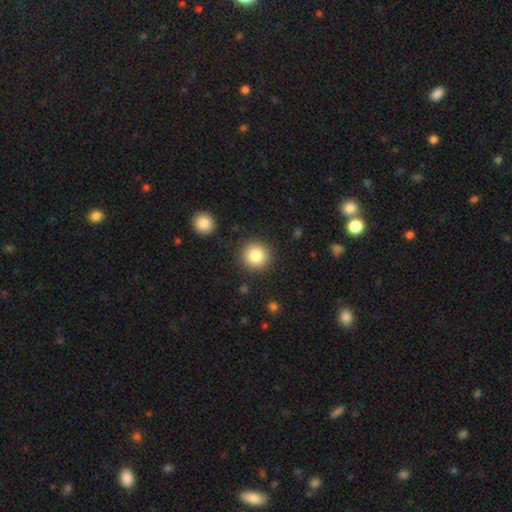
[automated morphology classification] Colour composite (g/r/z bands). It shows a smooth galaxy with no disk features (83%) that is round (95%). Merging: none (89%).